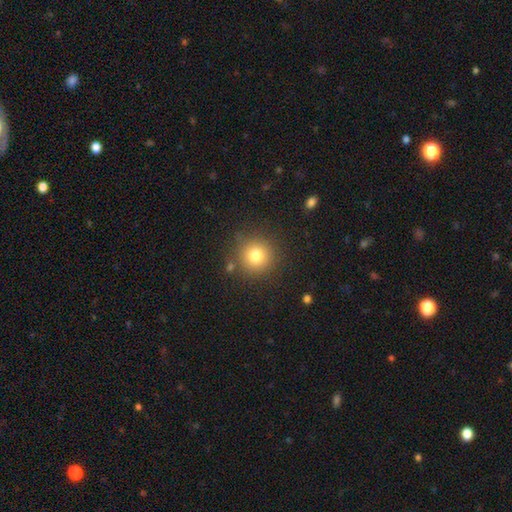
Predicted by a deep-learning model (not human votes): smooth 79%, star or artifact 13%, featured or disk 9%. Down the decision tree: how rounded — round (94%); merging — none (86%).